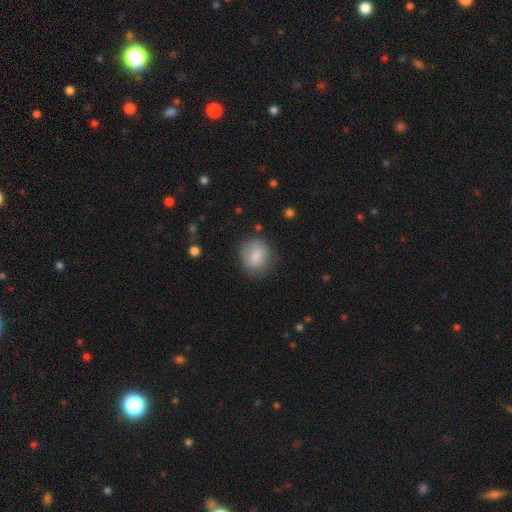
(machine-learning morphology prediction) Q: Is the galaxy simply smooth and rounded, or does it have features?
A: smooth — 83%.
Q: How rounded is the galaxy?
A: round — 64%.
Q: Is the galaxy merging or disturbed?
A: none — 75%.